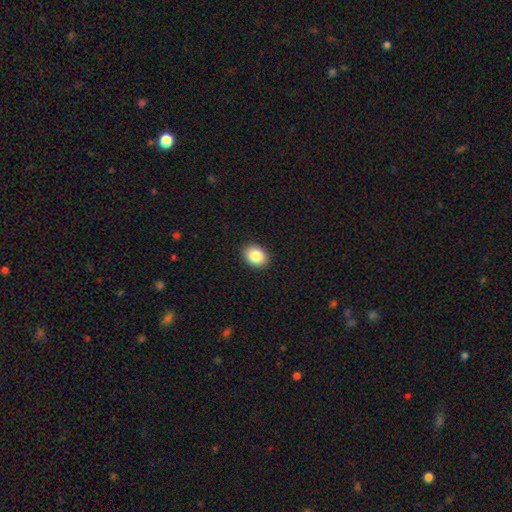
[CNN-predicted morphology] Overall: smooth (87%). How rounded: in between (62%; round 37%). Merging: none (91%).